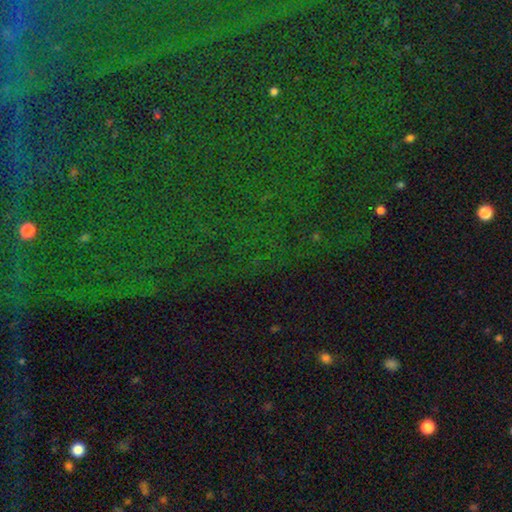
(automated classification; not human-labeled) star or artifact 83%, smooth 8%, featured or disk 8%.